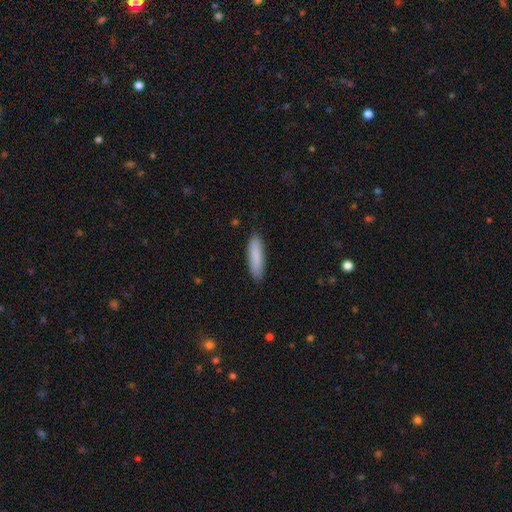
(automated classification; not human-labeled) The model was most divided on "how rounded": cigar-shaped: 71%, in between: 28%, round: 1%. More confident: merging — none (87%); smooth or featured — smooth (86%).